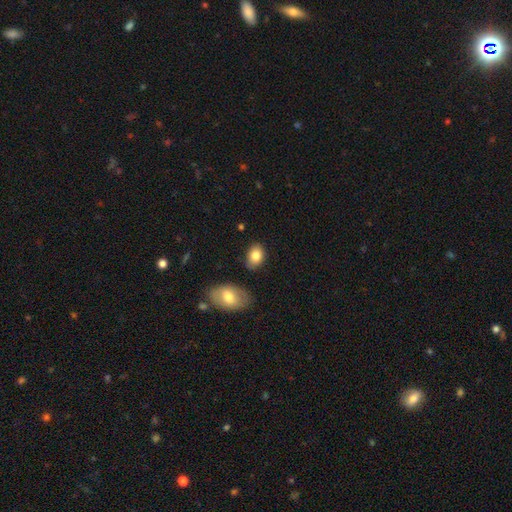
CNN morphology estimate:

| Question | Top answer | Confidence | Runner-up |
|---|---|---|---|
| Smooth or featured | smooth | 82% | featured or disk (10%) |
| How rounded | in between | 79% | round (19%) |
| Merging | none | 79% | minor disturbance (14%) |